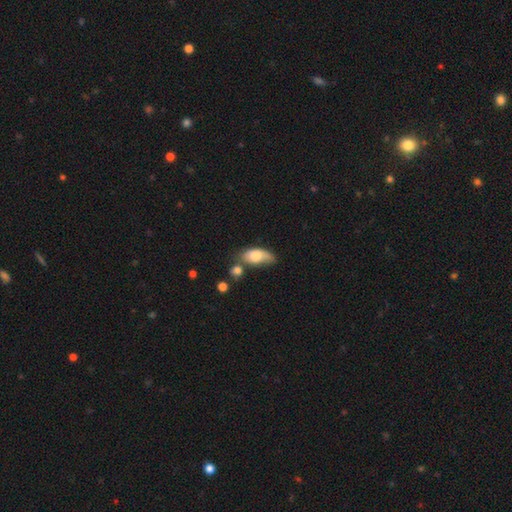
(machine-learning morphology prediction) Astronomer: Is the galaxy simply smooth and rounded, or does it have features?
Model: smooth — 74%.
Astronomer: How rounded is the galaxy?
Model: in between — 87%.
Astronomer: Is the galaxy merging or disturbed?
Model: none — 35% (runner-up: minor disturbance, 29%).